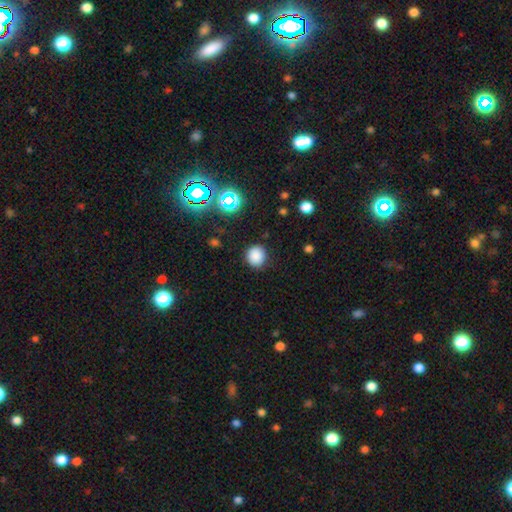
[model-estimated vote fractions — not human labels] Smooth or featured? smooth (82%)
How rounded? round (89%)
Merging? none (87%)